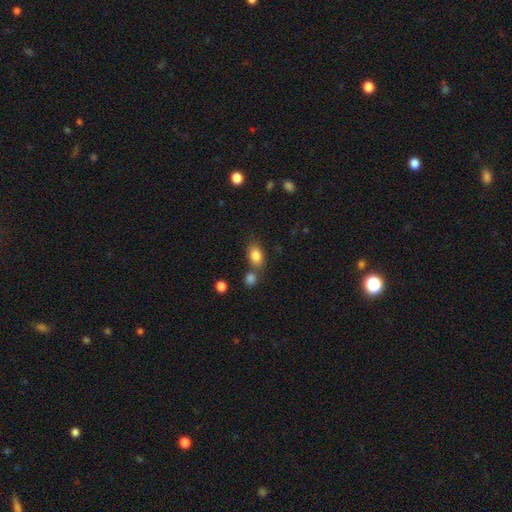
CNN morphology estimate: smooth 83%, star or artifact 9%, featured or disk 8%. Down the decision tree: how rounded — in between (83%); merging — none (63%).